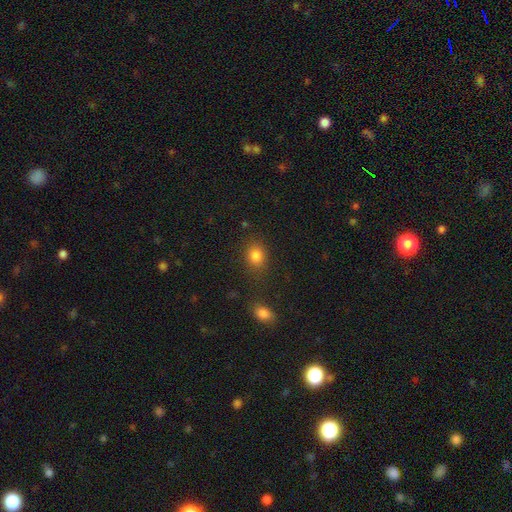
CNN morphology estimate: Smooth or featured? Predicted: smooth (p=0.83). How rounded? Predicted: round (p=0.55). Merging? Predicted: none (p=0.79).